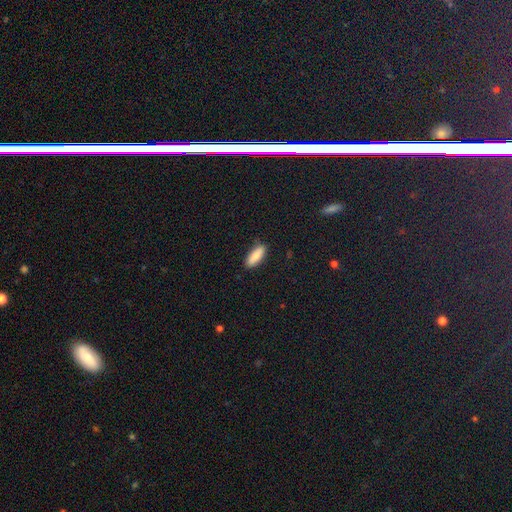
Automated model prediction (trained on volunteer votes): smooth-or-featured: smooth: 85% | featured or disk: 9% | star or artifact: 6%
  how-rounded: in between: 68% | cigar-shaped: 31% | round: 2%
  merging: none: 86% | minor disturbance: 11% | major disturbance: 2% | merger: 1%